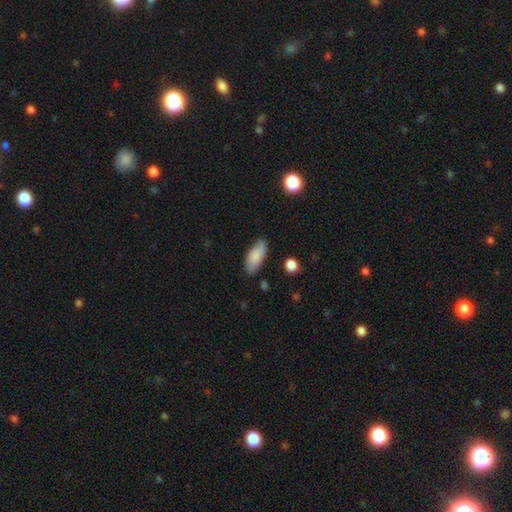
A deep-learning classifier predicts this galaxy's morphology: This appears to be a smooth galaxy with no disk features (84%) that is in between round and cigar-shaped (83%). Merging: none (81%).